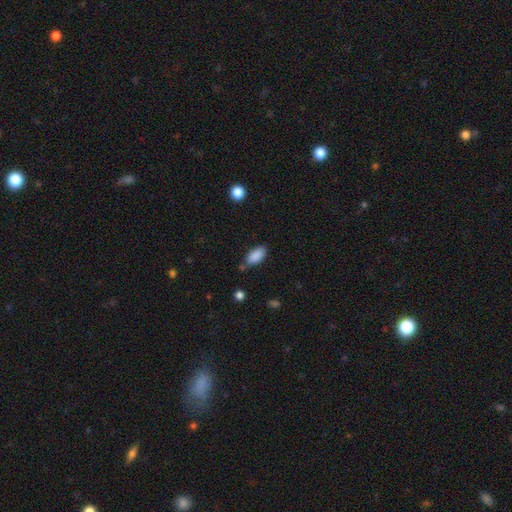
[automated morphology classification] smooth-or-featured: smooth: 88% | star or artifact: 7% | featured or disk: 4%
  how-rounded: in between: 92% | cigar-shaped: 6% | round: 3%
  merging: none: 71% | minor disturbance: 19% | merger: 6% | major disturbance: 4%